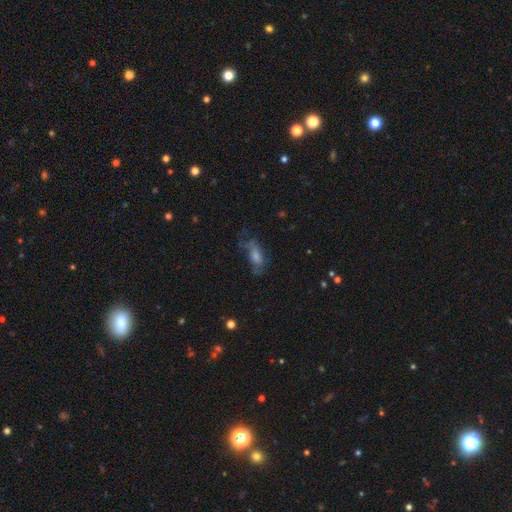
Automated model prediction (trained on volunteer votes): A smooth galaxy with no disk features (43%).

Vote fractions:
- Smooth or featured? smooth: 43% / featured or disk: 39% / star or artifact: 18%
- Merging? none: 51% / minor disturbance: 25% / major disturbance: 22% / merger: 3%